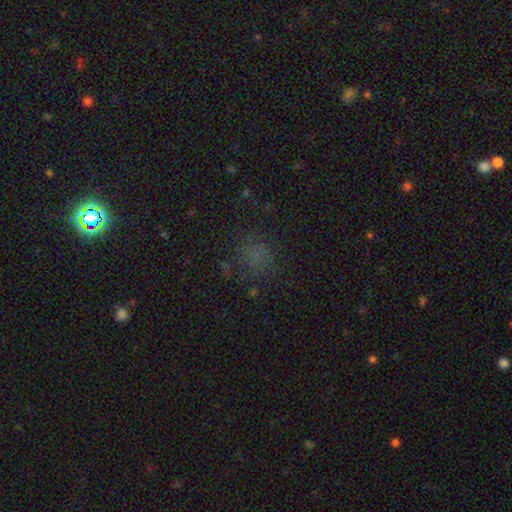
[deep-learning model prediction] smooth_or_featured: smooth (p=0.62) [alt: star or artifact p=0.30]
how_rounded: round (p=0.82) [alt: in between p=0.17]
merging: none (p=0.77) [alt: minor disturbance p=0.14]